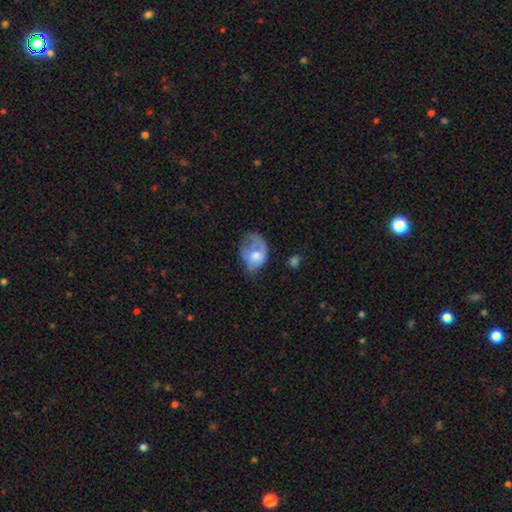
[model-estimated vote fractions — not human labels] This appears to be a smooth galaxy with no disk features (59%) that is in between round and cigar-shaped (72%). Merging: major disturbance (42%).